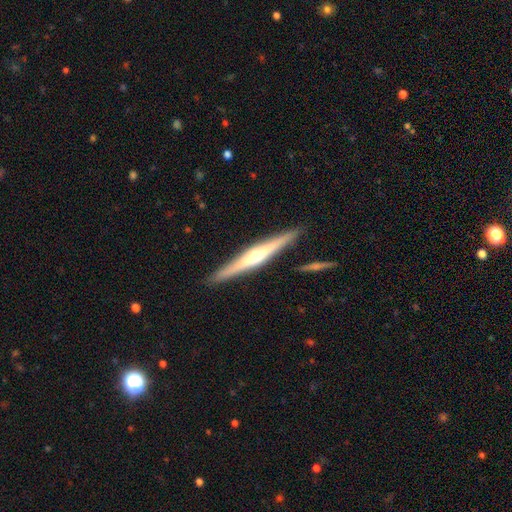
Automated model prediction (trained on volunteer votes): This appears to be a featured or disk galaxy (75%) viewed edge-on (98%) with a rounded central bulge (87%). Merging: none (90%).